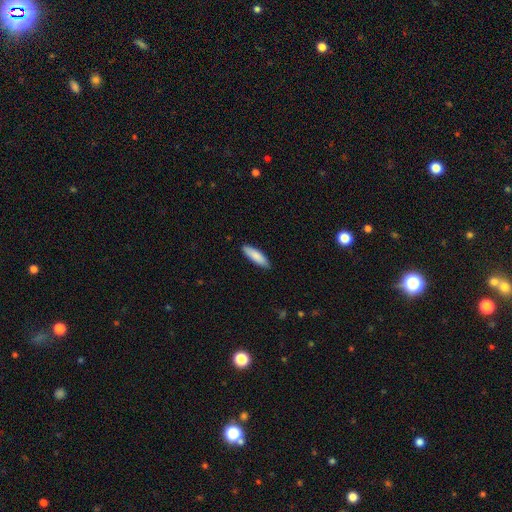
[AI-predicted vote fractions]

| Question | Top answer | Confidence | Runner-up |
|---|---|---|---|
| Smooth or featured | smooth | 87% | featured or disk (8%) |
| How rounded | cigar-shaped | 58% | in between (41%) |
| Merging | none | 88% | minor disturbance (9%) |